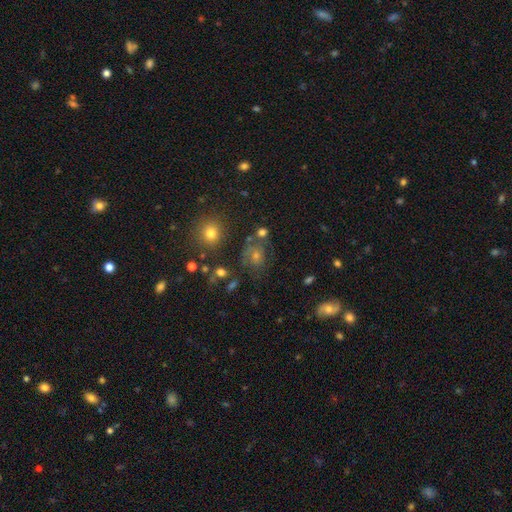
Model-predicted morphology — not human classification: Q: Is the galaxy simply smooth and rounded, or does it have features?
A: featured or disk — 39%.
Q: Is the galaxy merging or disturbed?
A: none — 64%.